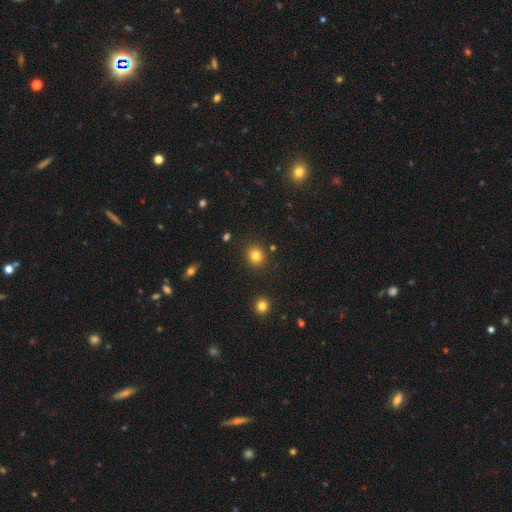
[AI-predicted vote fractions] Overall: smooth (82%). How rounded: round (86%). Merging: none (88%).